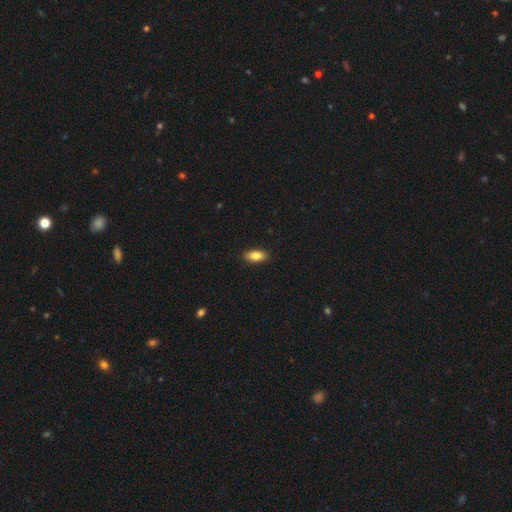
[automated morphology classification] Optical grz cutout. It shows a smooth galaxy with no disk features (83%) that is in between round and cigar-shaped (85%). Merging: none (90%).